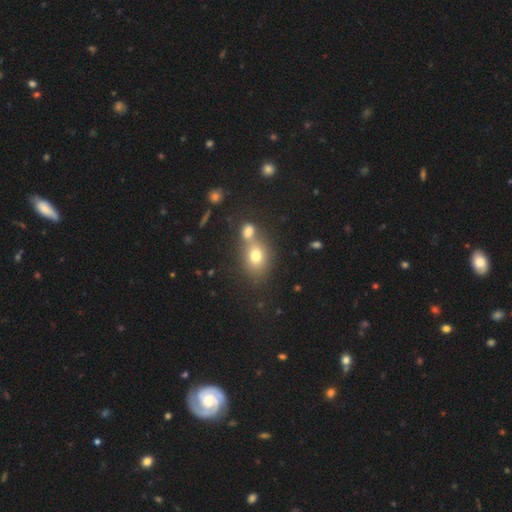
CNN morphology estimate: This is likely a smooth galaxy (73%). How rounded: possibly in between (54%). Merging: possibly none (45%).